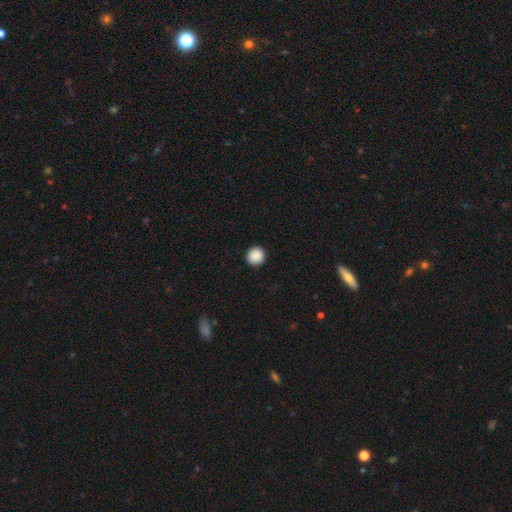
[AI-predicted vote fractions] The model was most divided on "smooth or featured": smooth: 89%, star or artifact: 8%, featured or disk: 2%. More confident: how rounded — round (95%); merging — none (93%).